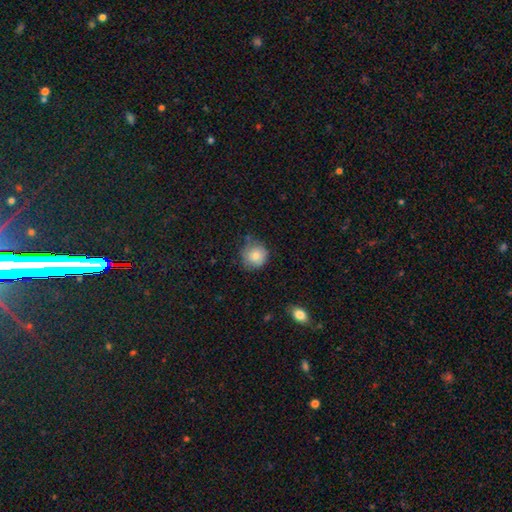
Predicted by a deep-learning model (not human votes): Overall: smooth (82%). How rounded: round (92%). Merging: none (70%).